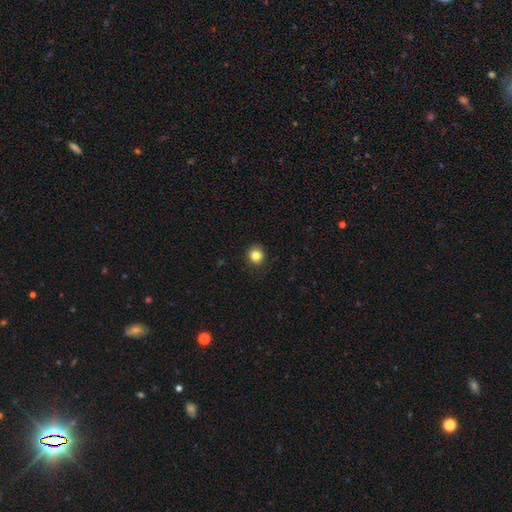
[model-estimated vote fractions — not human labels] Smooth or featured? smooth (84%)
How rounded? round (89%)
Merging? none (90%)